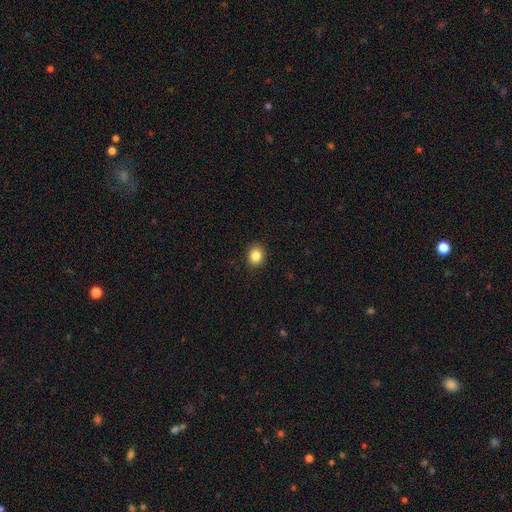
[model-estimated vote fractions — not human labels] Smooth or featured?
  - smooth: 85% *
  - star or artifact: 10%
  - featured or disk: 5%
How rounded?
  - round: 61% *
  - in between: 38%
  - cigar-shaped: 1%
Merging?
  - none: 91% *
  - minor disturbance: 7%
  - major disturbance: 2%
  - merger: 1%